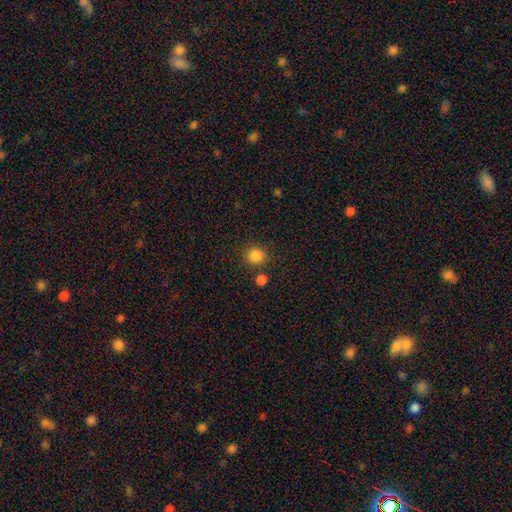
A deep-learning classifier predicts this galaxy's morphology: Smooth or featured: smooth — 86% (star or artifact — 11%)
How rounded: round — 88% (in between — 11%)
Merging: none — 81% (minor disturbance — 8%)